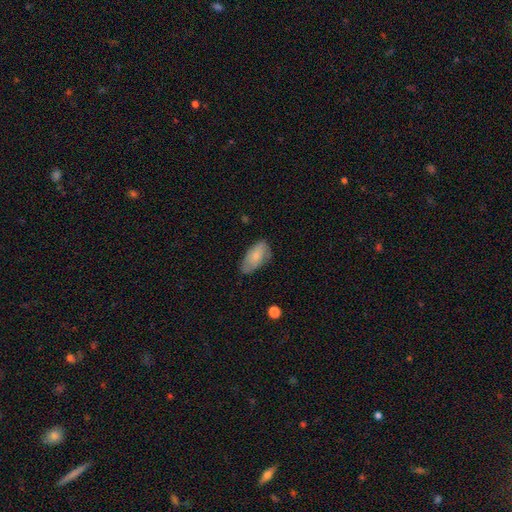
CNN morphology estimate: smooth 73%, featured or disk 21%, star or artifact 6%. Down the decision tree: how rounded — in between (93%); merging — none (64%).